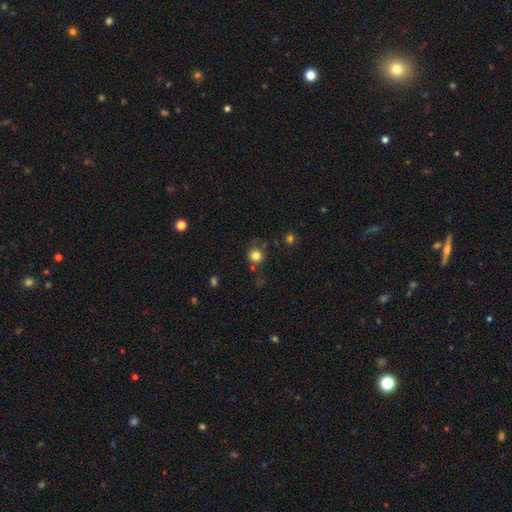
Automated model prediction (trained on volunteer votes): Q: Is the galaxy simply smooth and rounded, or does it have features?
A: smooth — 81%.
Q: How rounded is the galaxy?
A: round — 92%.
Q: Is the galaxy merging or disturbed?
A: none — 76%.